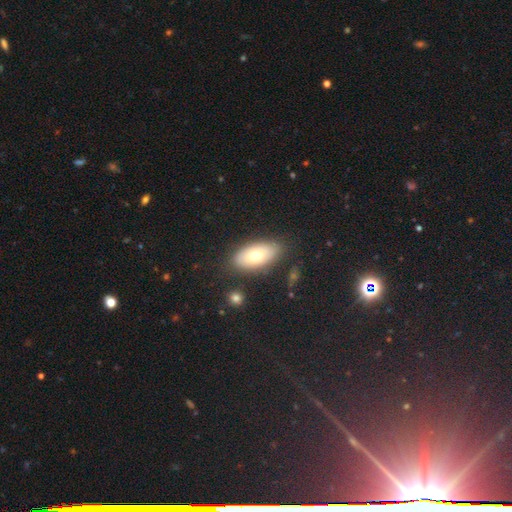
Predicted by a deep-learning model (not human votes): smooth 66%, featured or disk 27%, star or artifact 7%. Down the decision tree: how rounded — in between (91%); merging — none (80%).